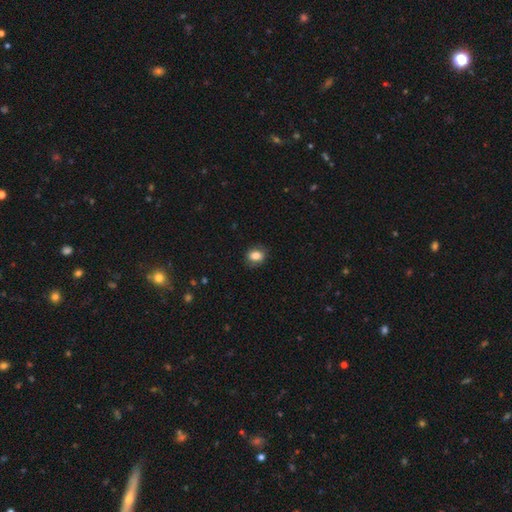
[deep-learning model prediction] Smooth or featured? Predicted: smooth (p=0.82). How rounded? Predicted: in between (p=0.59). Merging? Predicted: none (p=0.81).